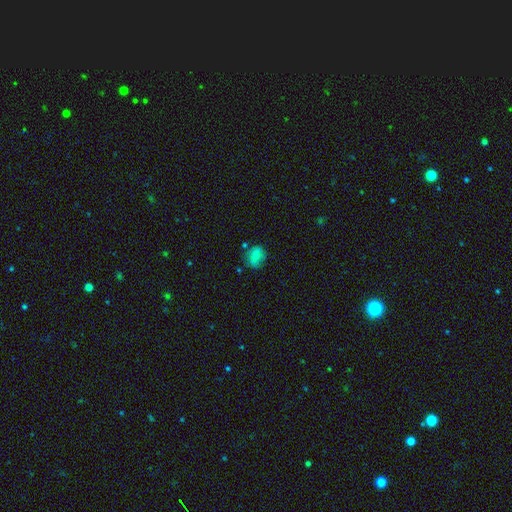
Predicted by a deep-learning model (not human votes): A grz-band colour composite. It shows a smooth galaxy with no disk features (74%) that is round (58%). Merging: none (66%).